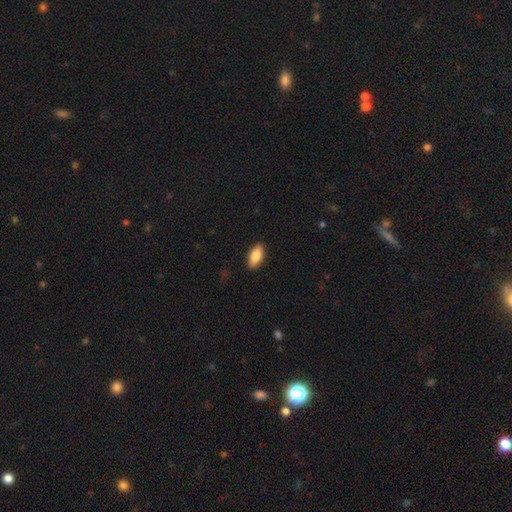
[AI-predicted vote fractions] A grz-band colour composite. It shows a smooth galaxy with no disk features (82%) that is in between round and cigar-shaped (87%). Merging: none (89%).